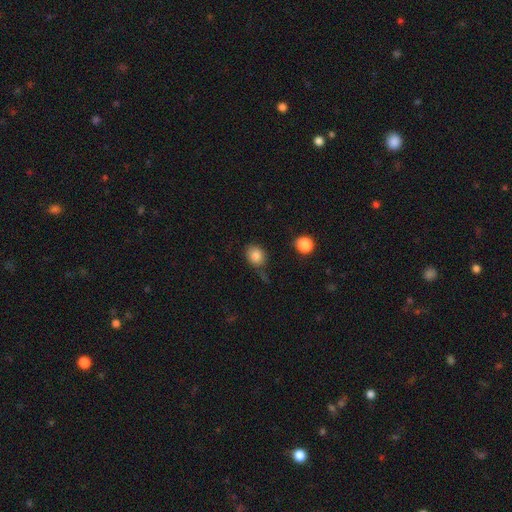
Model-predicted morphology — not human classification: Smooth or featured? smooth (84%)
How rounded? round (54%)
Merging? none (64%)